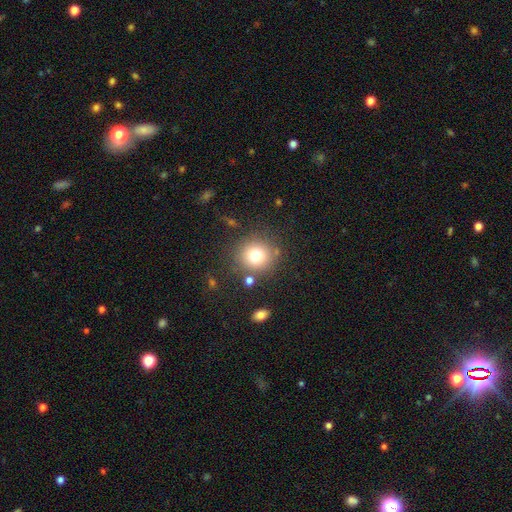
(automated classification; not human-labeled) This appears to be a smooth galaxy with no disk features (76%) that is round (91%). Merging: none (82%).